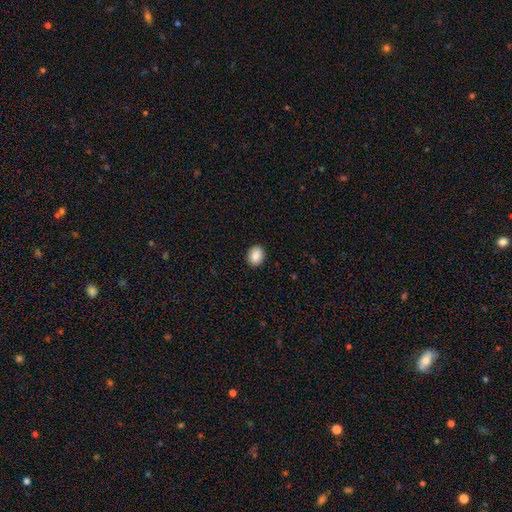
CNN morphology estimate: smooth 88%, star or artifact 8%, featured or disk 4%. Down the decision tree: how rounded — in between (55%); merging — none (91%).